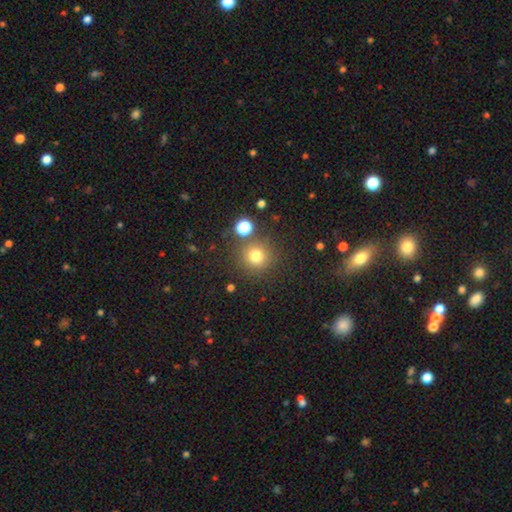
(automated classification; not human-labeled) smooth 76%, star or artifact 17%, featured or disk 7%. Down the decision tree: how rounded — round (93%); merging — none (83%).